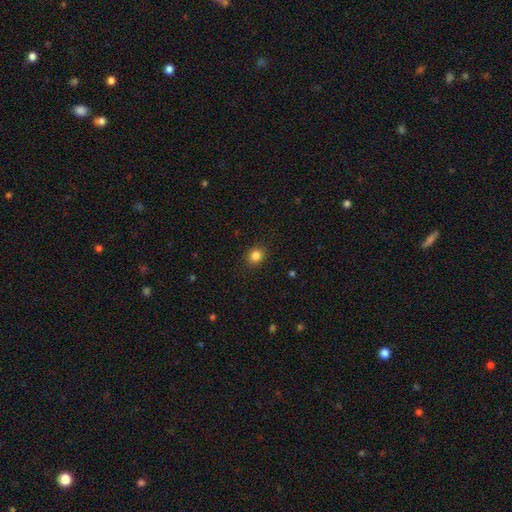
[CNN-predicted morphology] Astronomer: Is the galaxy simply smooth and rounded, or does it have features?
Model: smooth — 84%.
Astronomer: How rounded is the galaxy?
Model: round — 74%.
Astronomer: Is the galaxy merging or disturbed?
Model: none — 90%.